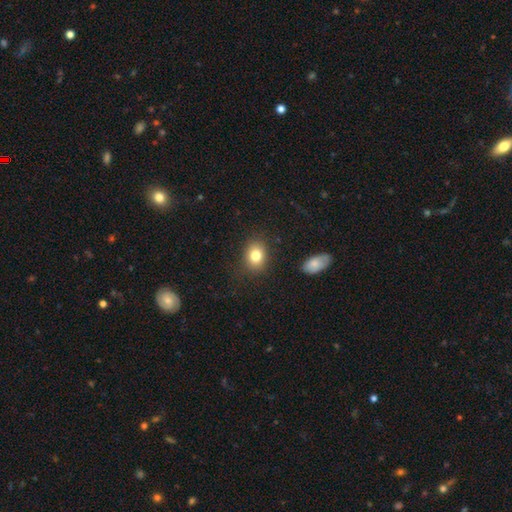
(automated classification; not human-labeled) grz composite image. It shows a smooth galaxy with no disk features (81%) that is in between round and cigar-shaped (52%). Merging: none (84%).